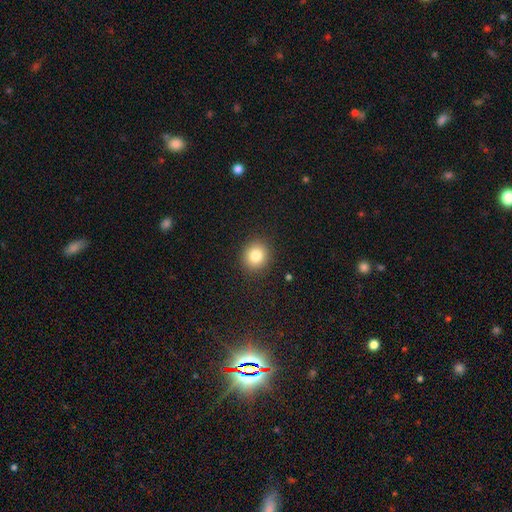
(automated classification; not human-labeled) smooth 83%, star or artifact 10%, featured or disk 7%. Down the decision tree: how rounded — round (81%); merging — none (90%).